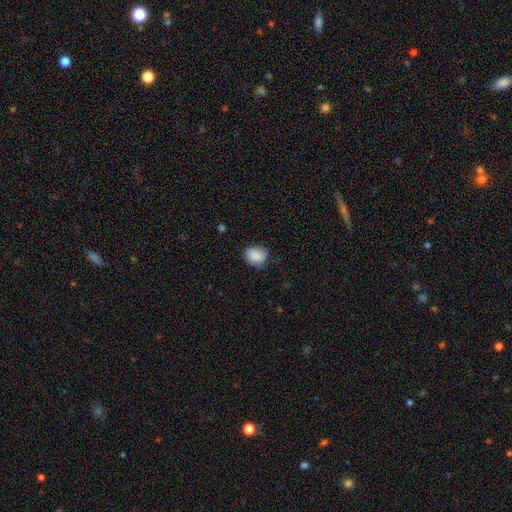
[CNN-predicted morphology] Smooth or featured? smooth (87%)
How rounded? round (52%)
Merging? none (66%)